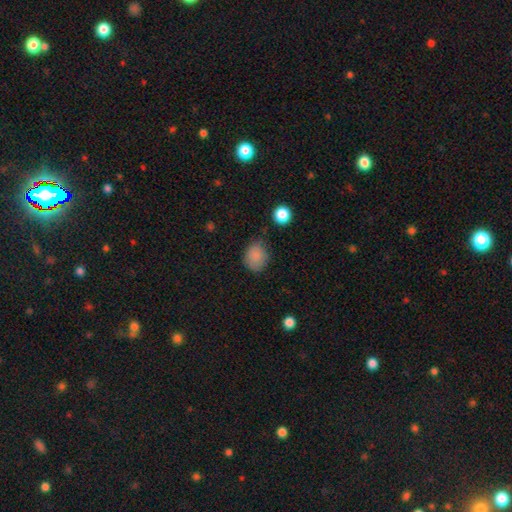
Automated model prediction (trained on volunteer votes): The model was most divided on "how rounded": round: 60%, in between: 39%, cigar-shaped: 1%. More confident: smooth or featured — smooth (85%); merging — none (71%).